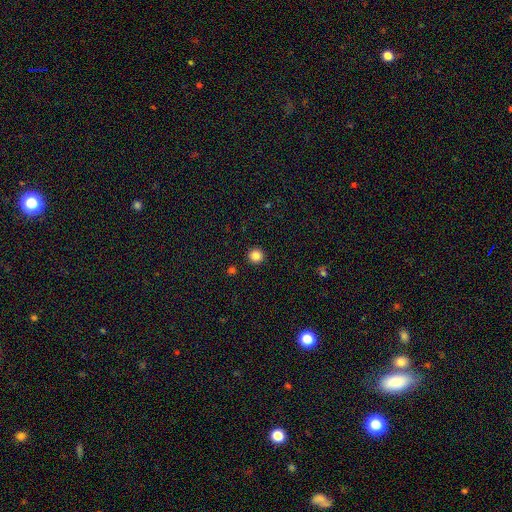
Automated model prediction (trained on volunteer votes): Morphology: type=smooth (85%); roundness=round (96%); merging=none (93%).